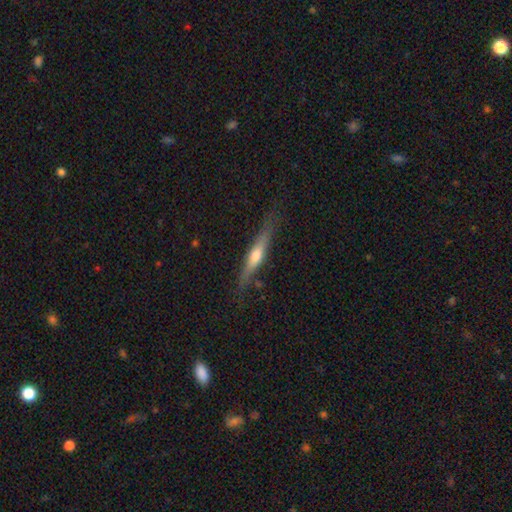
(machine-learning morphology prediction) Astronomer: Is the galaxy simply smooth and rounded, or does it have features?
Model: featured or disk — 59% (runner-up: smooth, 35%).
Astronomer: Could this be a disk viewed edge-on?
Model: yes — 95%.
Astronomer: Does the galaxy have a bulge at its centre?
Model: rounded — 84%.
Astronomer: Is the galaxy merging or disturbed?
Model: none — 79%.